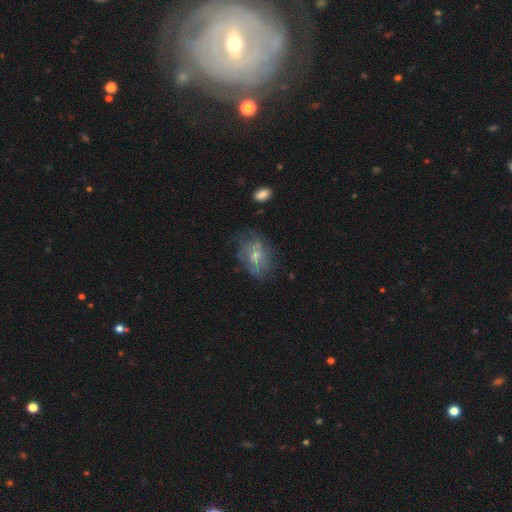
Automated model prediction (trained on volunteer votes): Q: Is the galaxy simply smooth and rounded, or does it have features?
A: featured or disk — 51%.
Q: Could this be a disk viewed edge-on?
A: no — 96%.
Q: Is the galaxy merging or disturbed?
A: none — 54%.